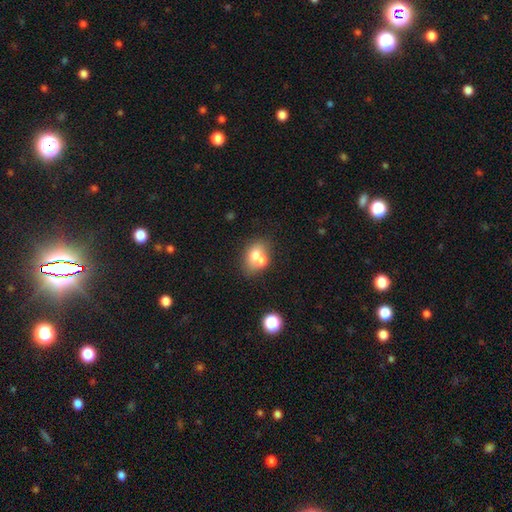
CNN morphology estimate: Smooth or featured?
  - smooth: 65% *
  - featured or disk: 25%
  - star or artifact: 10%
How rounded?
  - in between: 57% *
  - round: 41%
  - cigar-shaped: 1%
Merging?
  - merger: 52% *
  - none: 34%
  - minor disturbance: 10%
  - major disturbance: 4%